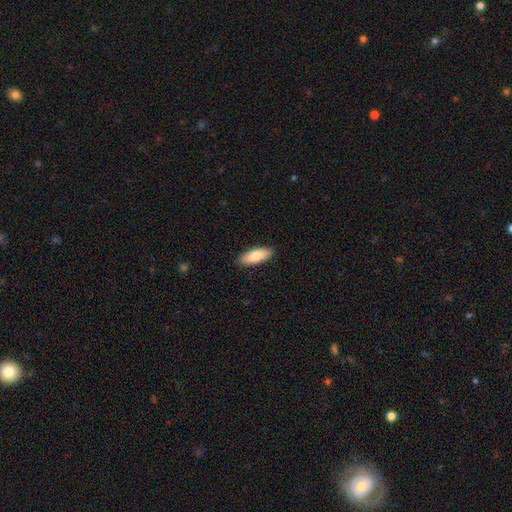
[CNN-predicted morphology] smooth_or_featured: smooth (p=0.82) [alt: featured or disk p=0.12]
how_rounded: in between (p=0.75) [alt: cigar-shaped p=0.23]
merging: none (p=0.89) [alt: minor disturbance p=0.08]